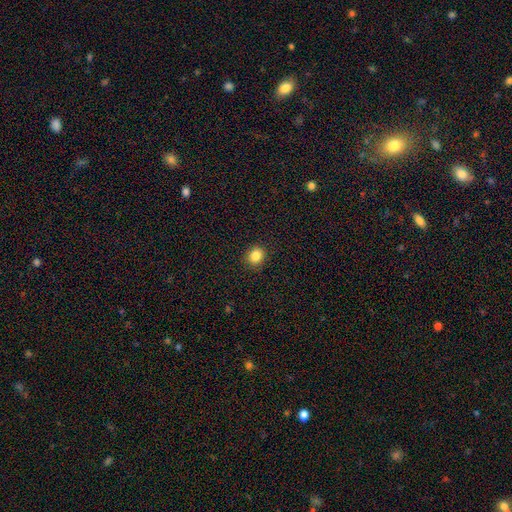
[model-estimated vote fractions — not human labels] smooth_or_featured: smooth (p=0.84) [alt: star or artifact p=0.11]
how_rounded: round (p=0.74) [alt: in between p=0.25]
merging: none (p=0.91) [alt: minor disturbance p=0.06]